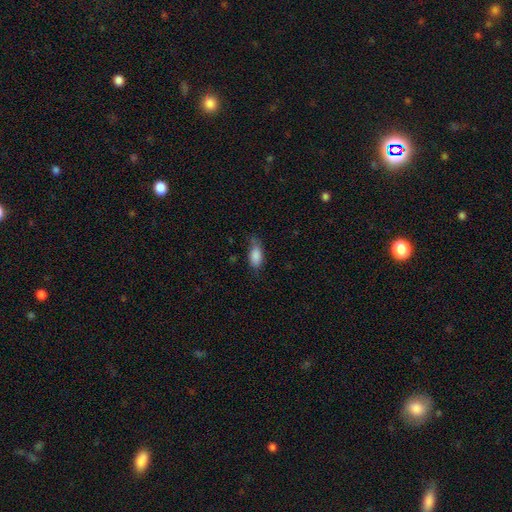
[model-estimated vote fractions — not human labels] Morphology: type=smooth (86%); roundness=in between (90%); merging=none (56%).